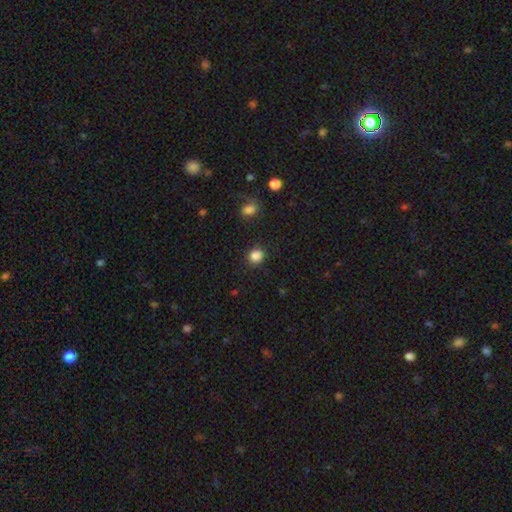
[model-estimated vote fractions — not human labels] Smooth or featured? smooth (86%)
How rounded? round (84%)
Merging? none (89%)